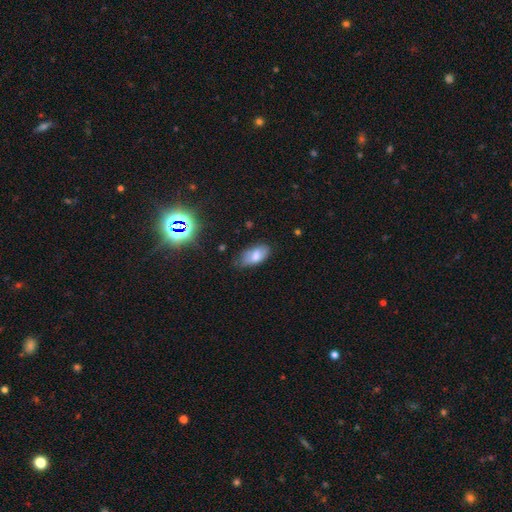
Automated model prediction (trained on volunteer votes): Q: Smooth or featured?
A: smooth (70%); runner-up: featured or disk (19%)
Q: How rounded?
A: in between (92%); runner-up: cigar-shaped (5%)
Q: Merging?
A: none (57%); runner-up: minor disturbance (32%)